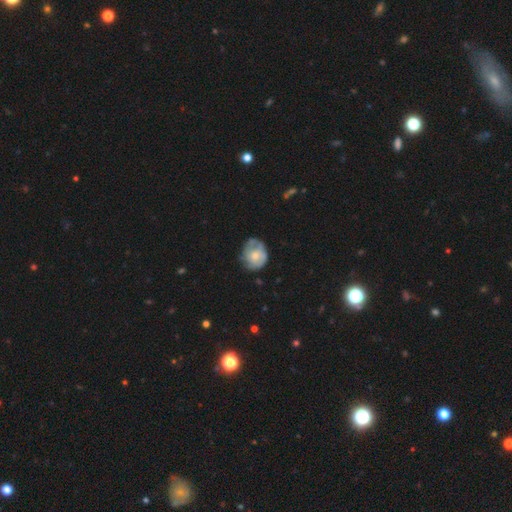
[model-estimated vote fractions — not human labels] smooth_or_featured: smooth (p=0.52) [alt: featured or disk p=0.42]
how_rounded: round (p=0.64) [alt: in between p=0.35]
merging: none (p=0.52) [alt: minor disturbance p=0.33]